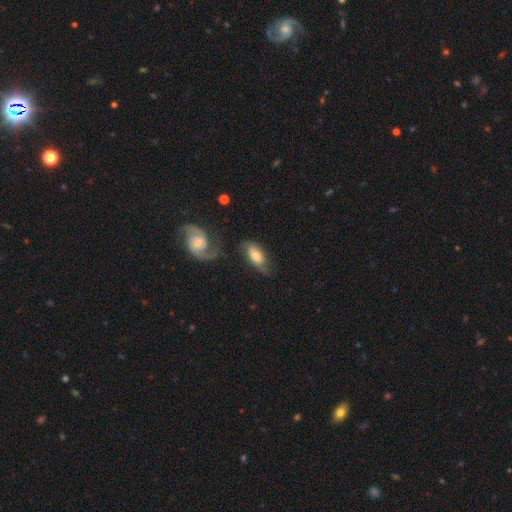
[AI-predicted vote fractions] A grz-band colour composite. It shows a smooth galaxy with no disk features (52%) that is in between round and cigar-shaped (89%). Merging: none (53%).